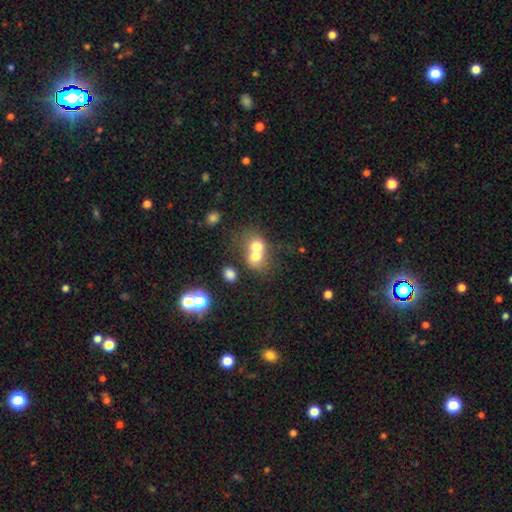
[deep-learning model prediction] The model was most divided on "how rounded": round: 63%, in between: 36%, cigar-shaped: 1%. More confident: merging — merger (72%); smooth or featured — smooth (65%).